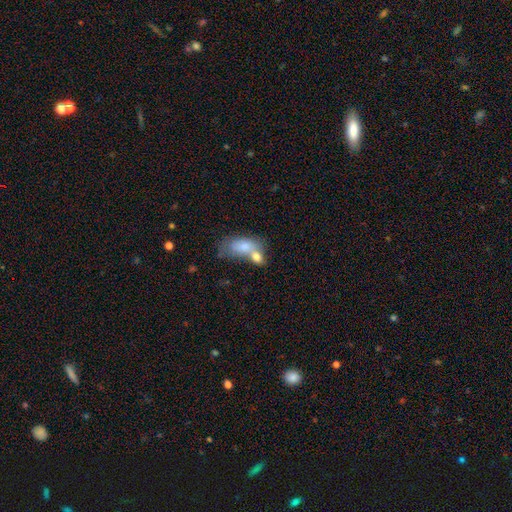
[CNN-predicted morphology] Smooth or featured? Predicted: smooth (p=0.74). How rounded? Predicted: in between (p=0.83). Merging? Predicted: merger (p=0.61).